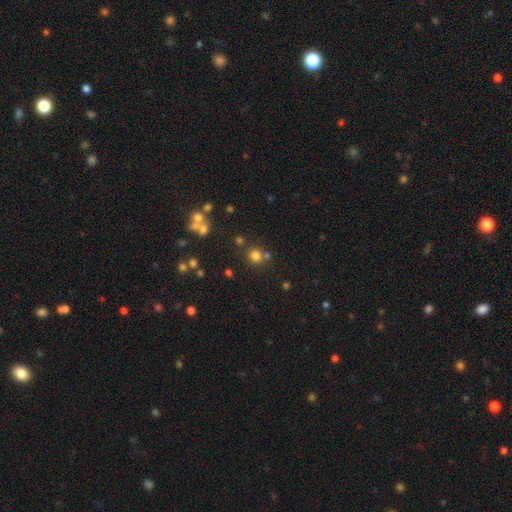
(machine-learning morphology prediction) smooth_or_featured: smooth (p=0.73) [alt: star or artifact p=0.19]
how_rounded: round (p=0.85) [alt: in between p=0.14]
merging: none (p=0.71) [alt: merger p=0.17]